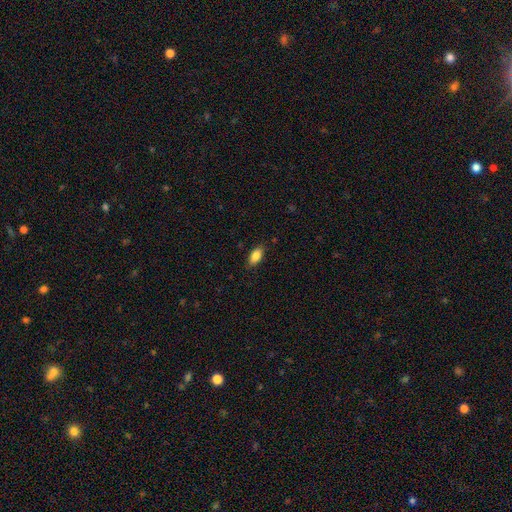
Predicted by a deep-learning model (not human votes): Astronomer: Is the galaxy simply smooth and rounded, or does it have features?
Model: smooth — 85%.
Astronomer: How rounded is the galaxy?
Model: in between — 89%.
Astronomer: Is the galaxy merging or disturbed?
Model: none — 86%.